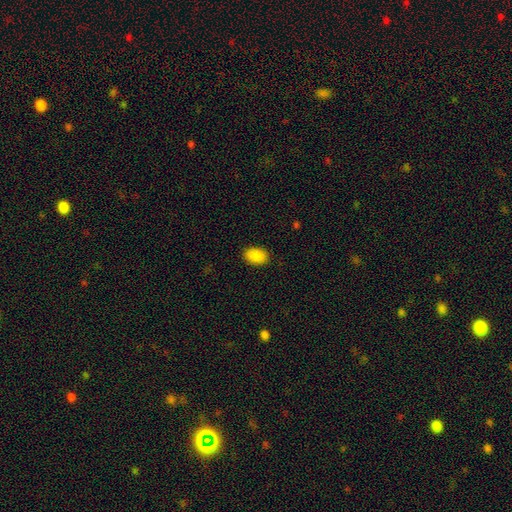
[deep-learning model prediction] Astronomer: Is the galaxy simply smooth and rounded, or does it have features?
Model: smooth — 89%.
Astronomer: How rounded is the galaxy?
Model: in between — 83%.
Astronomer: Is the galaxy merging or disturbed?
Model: none — 89%.